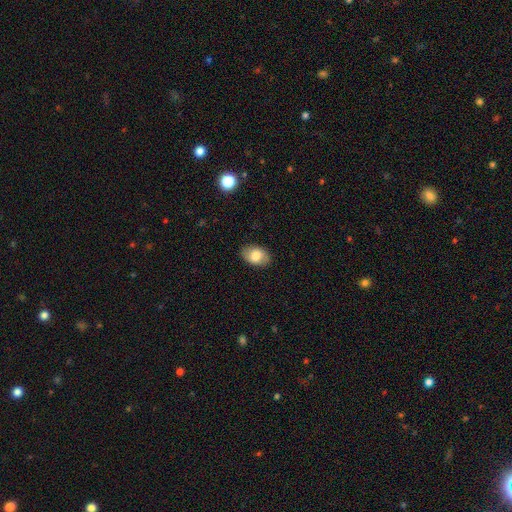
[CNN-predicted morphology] This appears to be a smooth galaxy with no disk features (81%) that is in between round and cigar-shaped (86%). Merging: none (86%).